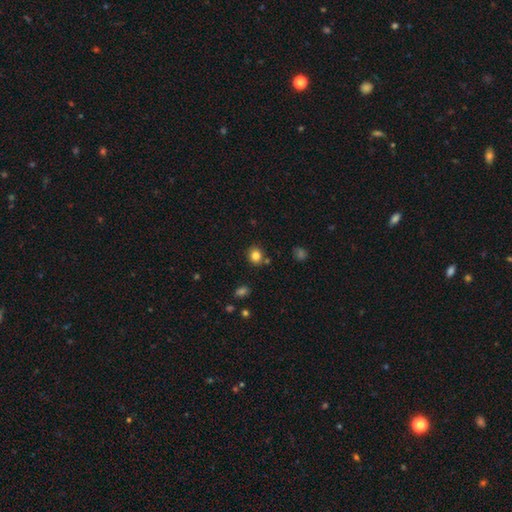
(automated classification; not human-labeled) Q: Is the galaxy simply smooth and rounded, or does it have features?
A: smooth — 83%.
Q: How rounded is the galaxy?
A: round — 73%.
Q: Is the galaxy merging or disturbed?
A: none — 81%.